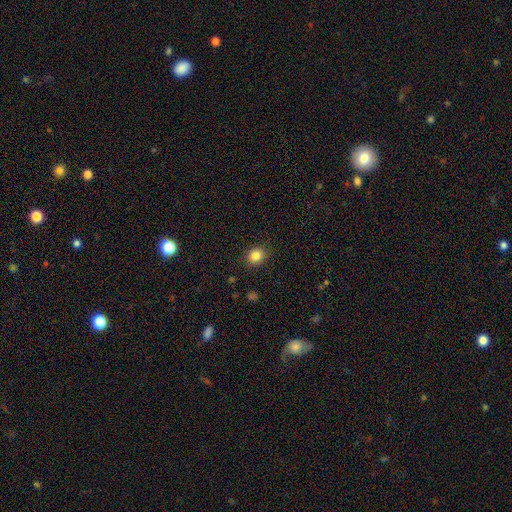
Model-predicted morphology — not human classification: type=smooth (84%); roundness=round (72%); merging=none (88%).